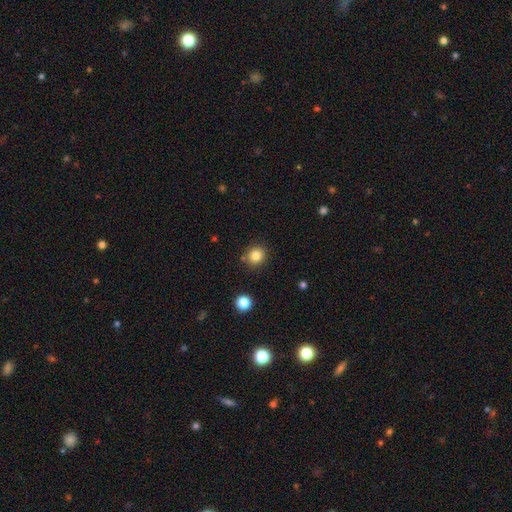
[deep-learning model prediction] smooth 83%, star or artifact 11%, featured or disk 6%. Down the decision tree: how rounded — round (86%); merging — none (85%).